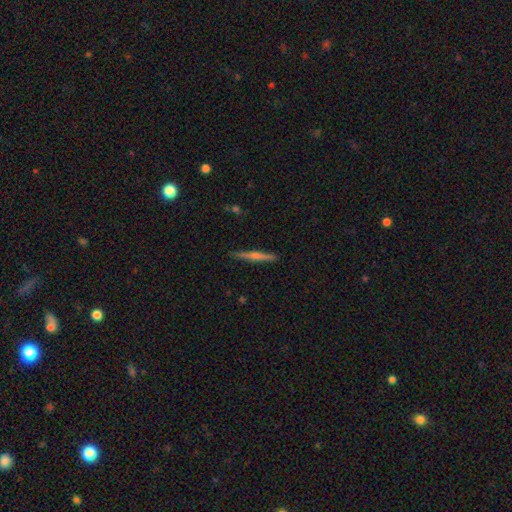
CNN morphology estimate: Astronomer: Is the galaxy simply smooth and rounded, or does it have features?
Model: featured or disk — 66%.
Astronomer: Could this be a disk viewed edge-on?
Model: yes — 97%.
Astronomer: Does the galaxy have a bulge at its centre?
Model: rounded — 73%.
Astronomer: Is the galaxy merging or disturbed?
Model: none — 90%.